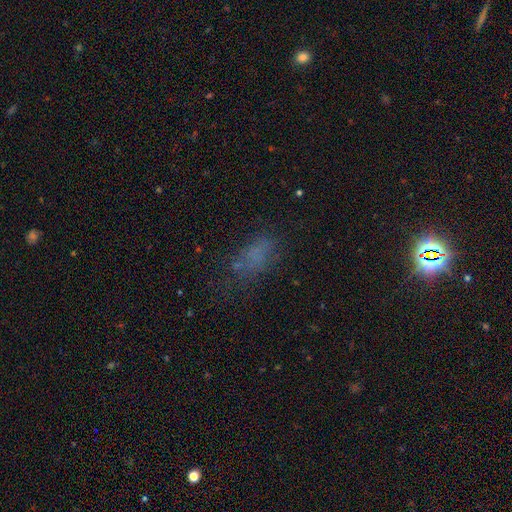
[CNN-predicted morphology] Smooth or featured?
  - smooth: 57% *
  - star or artifact: 23%
  - featured or disk: 20%
How rounded?
  - in between: 83% *
  - cigar-shaped: 9%
  - round: 8%
Merging?
  - none: 53% *
  - minor disturbance: 21%
  - major disturbance: 21%
  - merger: 5%